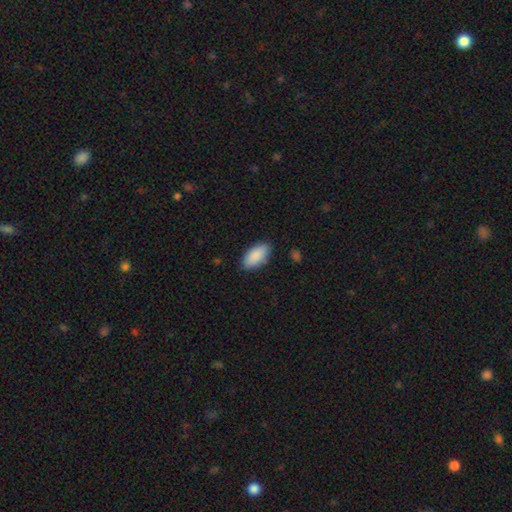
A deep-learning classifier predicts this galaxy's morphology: smooth 90%, star or artifact 6%, featured or disk 4%. Down the decision tree: how rounded — in between (93%); merging — none (86%).